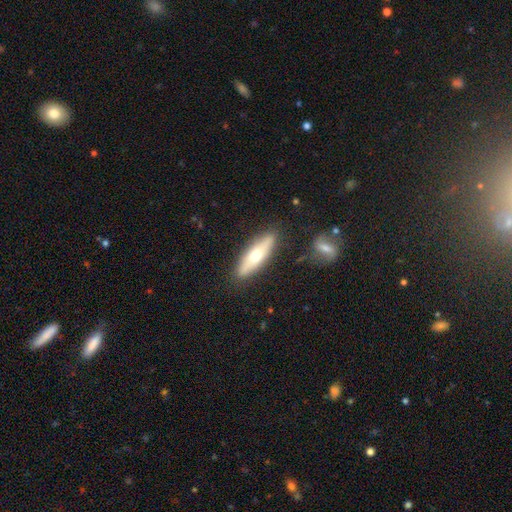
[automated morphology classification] smooth-or-featured: smooth: 53% | featured or disk: 41% | star or artifact: 6%
  how-rounded: cigar-shaped: 60% | in between: 37% | round: 2%
  merging: none: 84% | minor disturbance: 11% | merger: 3% | major disturbance: 2%